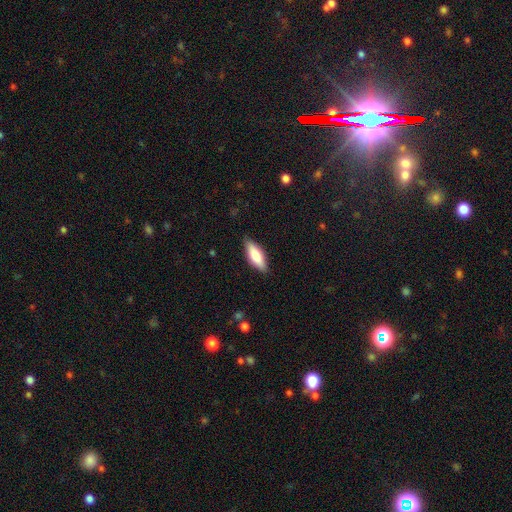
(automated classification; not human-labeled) Q: Smooth or featured?
A: smooth (75%); runner-up: featured or disk (19%)
Q: How rounded?
A: in between (63%); runner-up: cigar-shaped (35%)
Q: Merging?
A: none (85%); runner-up: minor disturbance (12%)